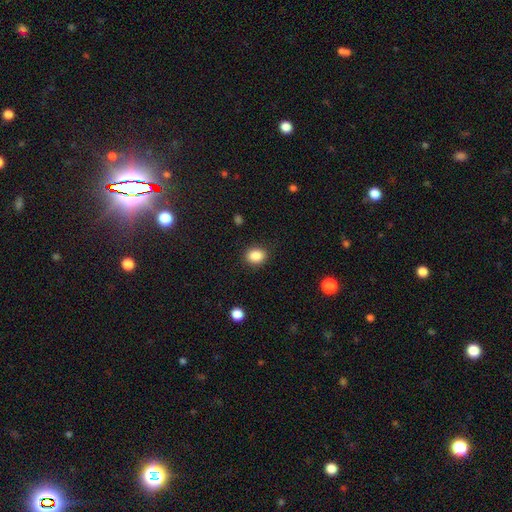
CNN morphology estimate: smooth 87%, star or artifact 9%, featured or disk 4%. Down the decision tree: how rounded — round (56%); merging — none (88%).